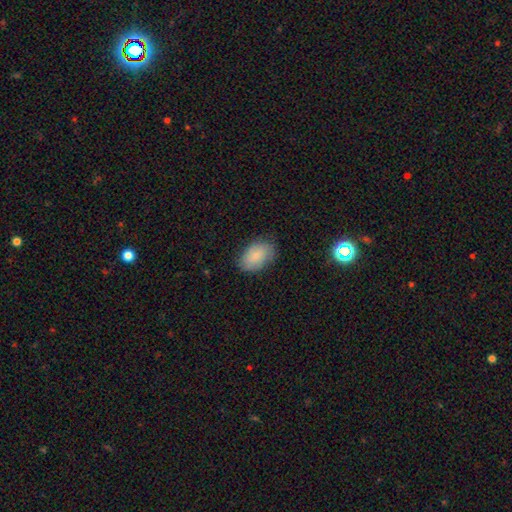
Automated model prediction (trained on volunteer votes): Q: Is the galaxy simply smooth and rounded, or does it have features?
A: smooth — 81%.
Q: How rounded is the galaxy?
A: in between — 90%.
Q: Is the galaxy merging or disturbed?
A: none — 77%.